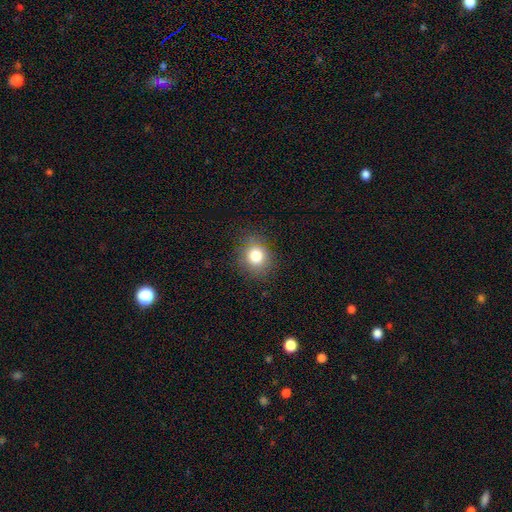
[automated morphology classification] The model was most divided on "how rounded": round: 73%, in between: 26%, cigar-shaped: 1%. More confident: merging — none (84%); smooth or featured — smooth (81%).